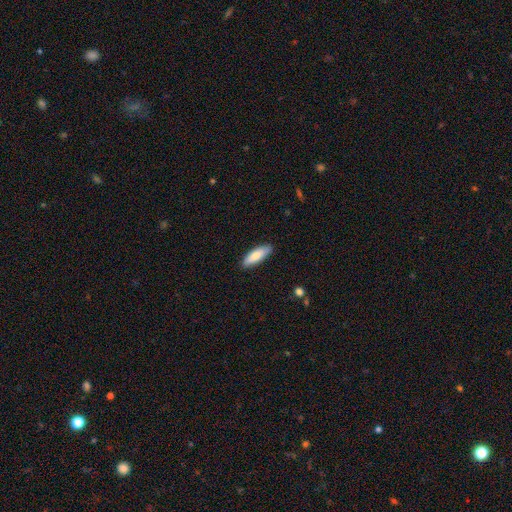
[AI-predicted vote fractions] Overall: smooth (78%). How rounded: in between (57%; cigar-shaped 42%). Merging: none (88%).